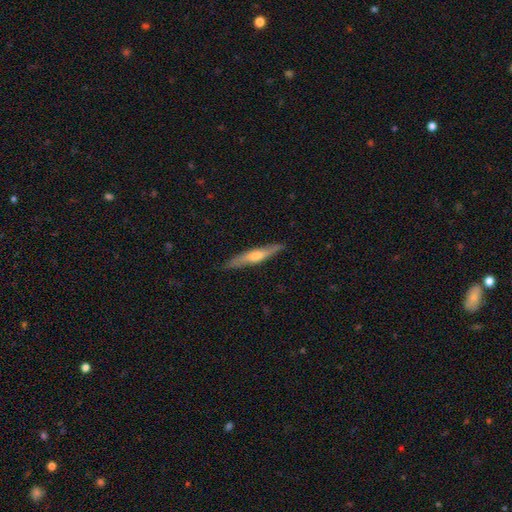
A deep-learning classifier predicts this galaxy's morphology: A featured or disk galaxy (50%) viewed edge-on (92%). Merging: none (86%).